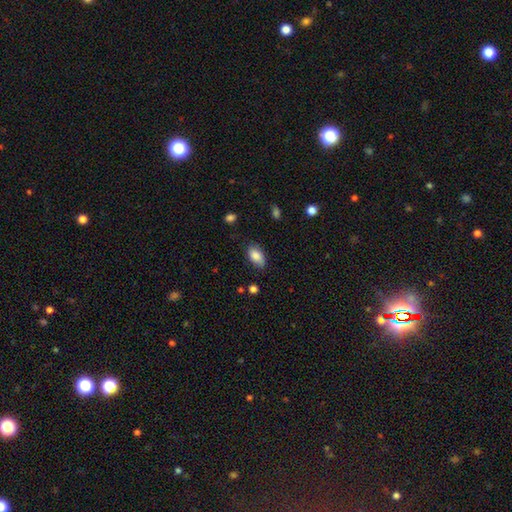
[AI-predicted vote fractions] smooth_or_featured: smooth (p=0.84) [alt: featured or disk p=0.09]
how_rounded: in between (p=0.93) [alt: round p=0.05]
merging: none (p=0.74) [alt: minor disturbance p=0.20]